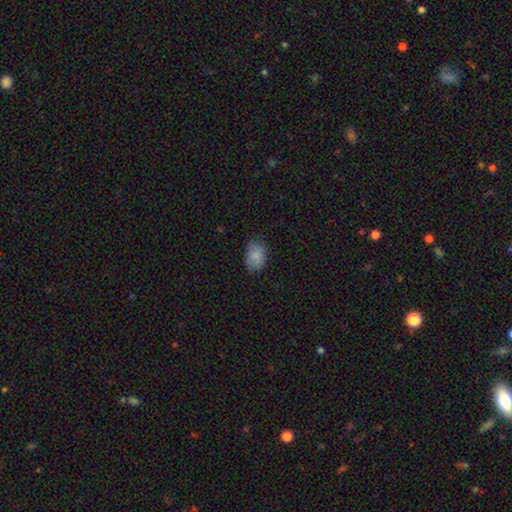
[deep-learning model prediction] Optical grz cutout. It shows a smooth galaxy with no disk features (85%) that is in between round and cigar-shaped (83%). Merging: none (72%).